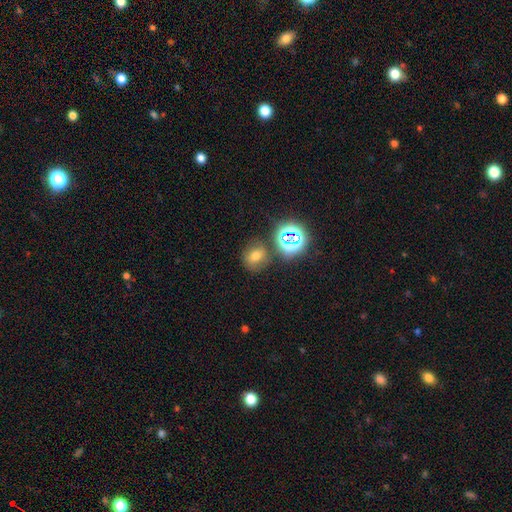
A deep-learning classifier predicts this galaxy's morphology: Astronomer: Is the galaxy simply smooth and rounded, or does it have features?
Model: smooth — 61%.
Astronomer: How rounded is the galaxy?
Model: round — 69%.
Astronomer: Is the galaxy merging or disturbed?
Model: none — 72%.